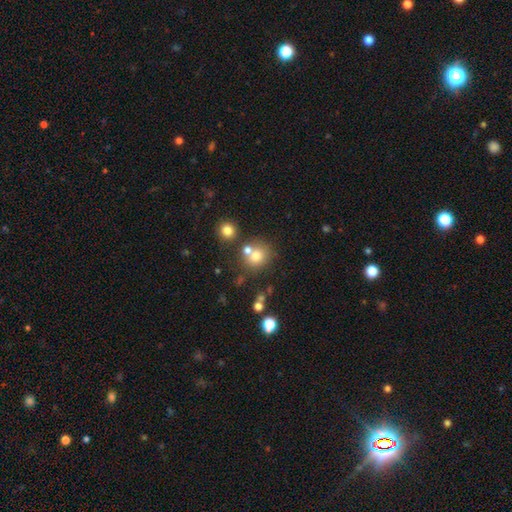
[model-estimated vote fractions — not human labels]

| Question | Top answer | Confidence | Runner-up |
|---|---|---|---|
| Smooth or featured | smooth | 73% | star or artifact (14%) |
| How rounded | round | 83% | in between (16%) |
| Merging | none | 57% | merger (28%) |